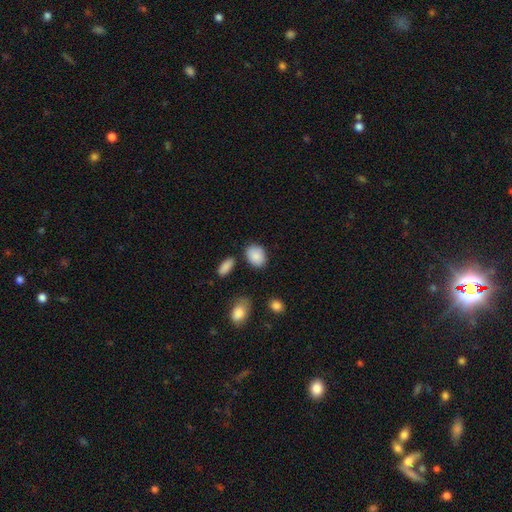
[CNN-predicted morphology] smooth_or_featured: smooth (p=0.88) [alt: star or artifact p=0.07]
how_rounded: in between (p=0.73) [alt: round p=0.26]
merging: none (p=0.77) [alt: minor disturbance p=0.15]